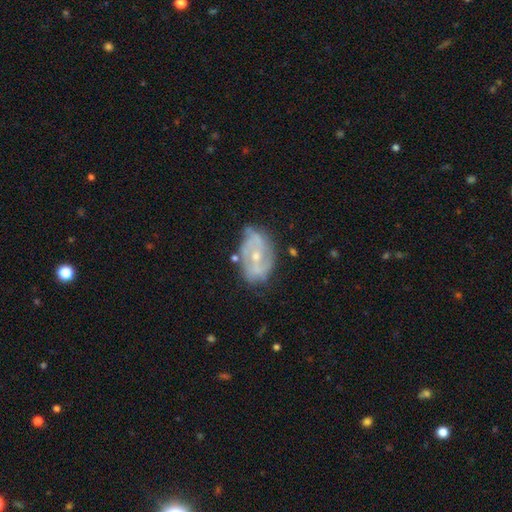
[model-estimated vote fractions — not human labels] smooth_or_featured: featured or disk (p=0.76) [alt: smooth p=0.16]
disk_edge_on: no (p=0.95) [alt: yes p=0.05]
bar: no (p=0.51) [alt: weak p=0.37]
has_spiral_arms: yes (p=0.82) [alt: no p=0.18]
spiral_winding: medium (p=0.42) [alt: tight p=0.36]
spiral_arm_count: 2 (p=0.53) [alt: can't tell p=0.25]
bulge_size: small (p=0.57) [alt: moderate p=0.40]
merging: none (p=0.63) [alt: minor disturbance p=0.25]